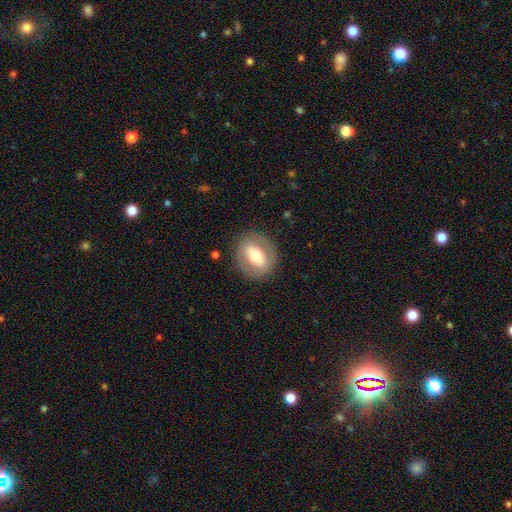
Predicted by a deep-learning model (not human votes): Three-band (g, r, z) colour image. It shows a smooth galaxy with no disk features (48%). Merging: none (83%).